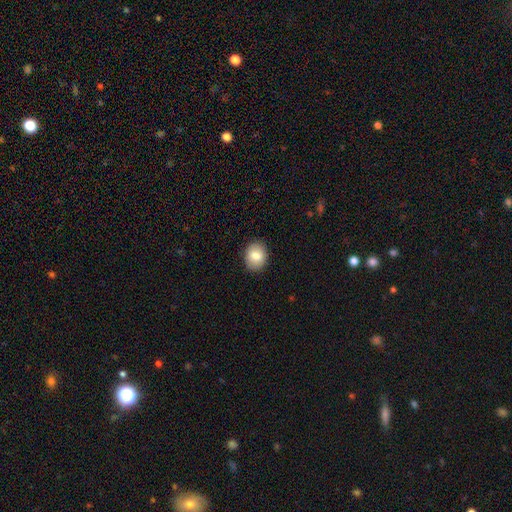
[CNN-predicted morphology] Smooth or featured? smooth (83%)
How rounded? round (50%)
Merging? none (88%)